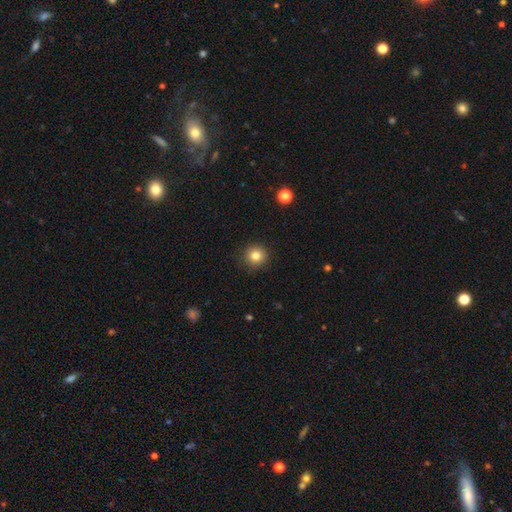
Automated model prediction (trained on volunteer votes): smooth_or_featured: smooth (p=0.82) [alt: star or artifact p=0.12]
how_rounded: round (p=0.95) [alt: in between p=0.04]
merging: none (p=0.91) [alt: minor disturbance p=0.06]